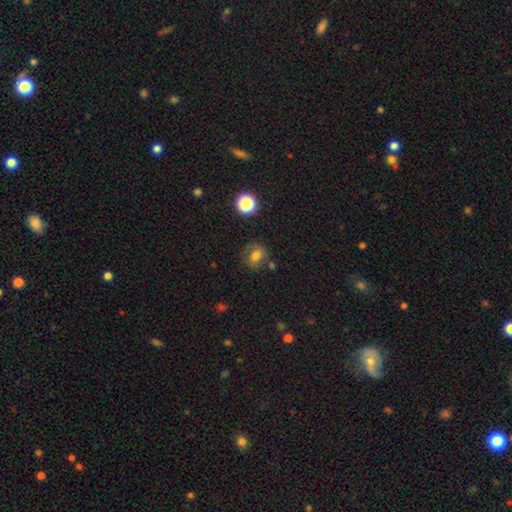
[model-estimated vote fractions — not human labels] The model was most divided on "how rounded": round: 68%, in between: 31%, cigar-shaped: 1%. More confident: merging — none (66%); smooth or featured — smooth (62%).